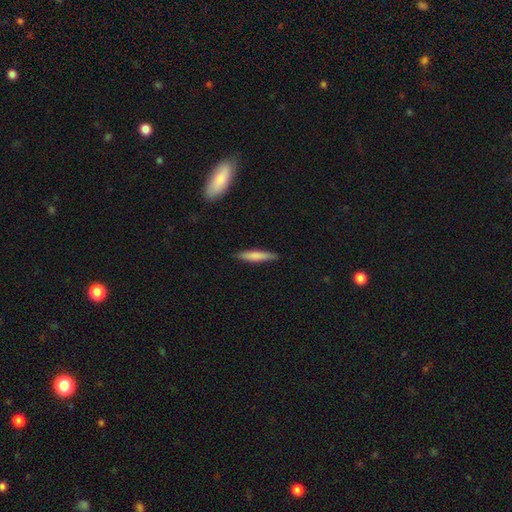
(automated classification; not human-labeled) smooth 76%, featured or disk 19%, star or artifact 6%. Down the decision tree: how rounded — cigar-shaped (88%); merging — none (88%).